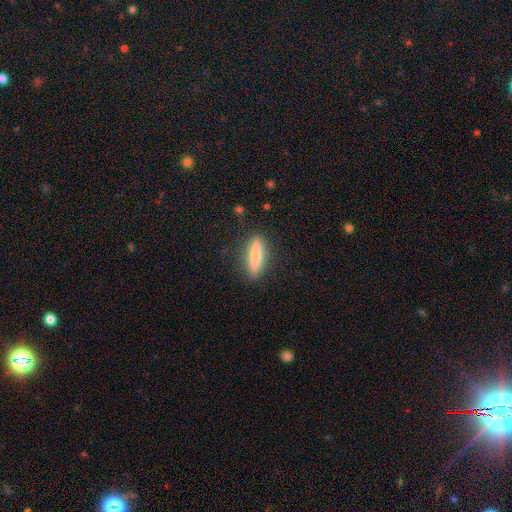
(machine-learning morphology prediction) smooth-or-featured: smooth: 71% | featured or disk: 22% | star or artifact: 7%
  how-rounded: cigar-shaped: 81% | in between: 18% | round: 2%
  merging: none: 87% | minor disturbance: 9% | major disturbance: 3% | merger: 1%